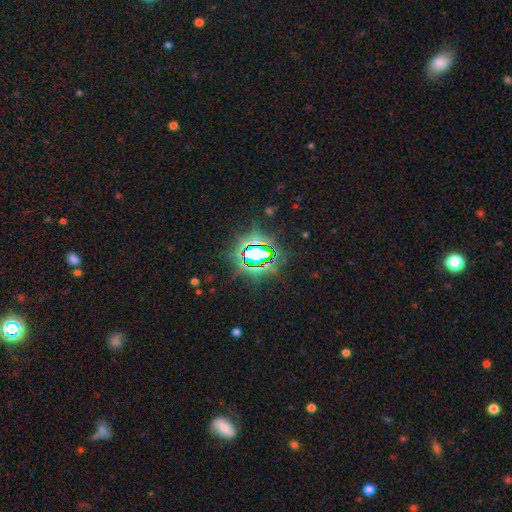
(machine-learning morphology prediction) smooth-or-featured: star or artifact: 78% | smooth: 13% | featured or disk: 10%